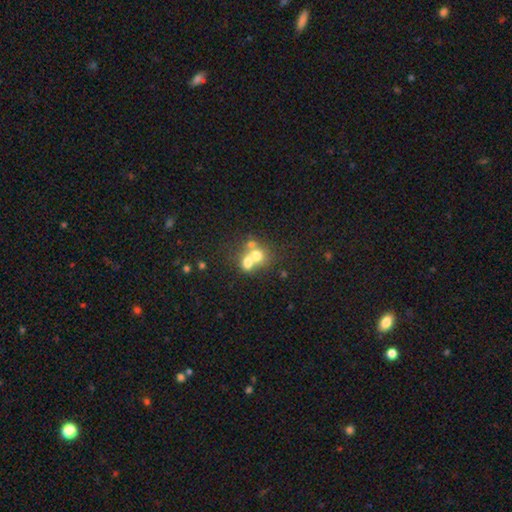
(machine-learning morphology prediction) Q: Smooth or featured?
A: smooth (65%); runner-up: featured or disk (23%)
Q: How rounded?
A: round (69%); runner-up: in between (30%)
Q: Merging?
A: merger (66%); runner-up: none (25%)